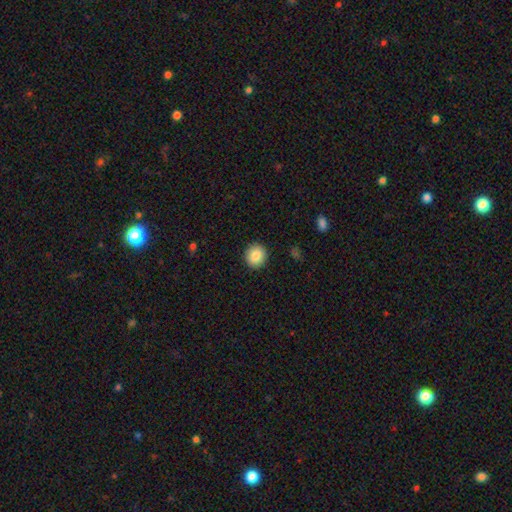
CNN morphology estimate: smooth_or_featured: smooth (p=0.86) [alt: star or artifact p=0.08]
how_rounded: round (p=0.90) [alt: in between p=0.09]
merging: none (p=0.92) [alt: minor disturbance p=0.05]